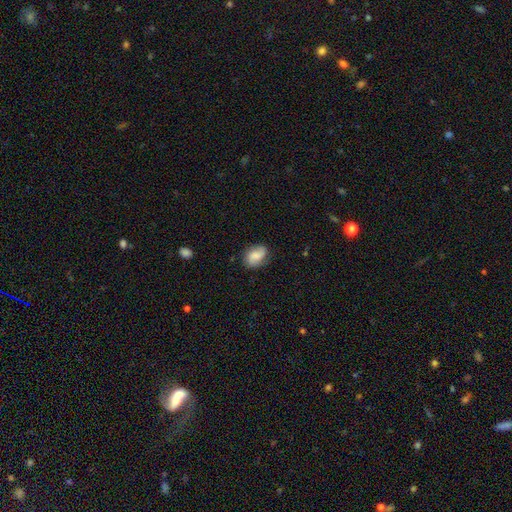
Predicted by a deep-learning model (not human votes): Q: Smooth or featured?
A: smooth (53%); runner-up: featured or disk (38%)
Q: How rounded?
A: in between (75%); runner-up: round (23%)
Q: Merging?
A: none (75%); runner-up: minor disturbance (18%)